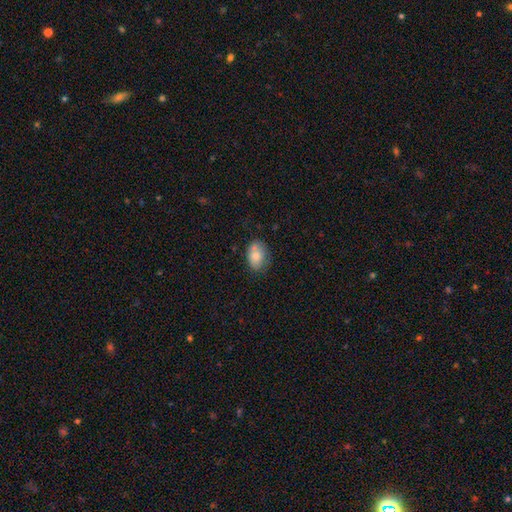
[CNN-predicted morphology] type=smooth (78%); roundness=in between (78%); merging=none (60%).